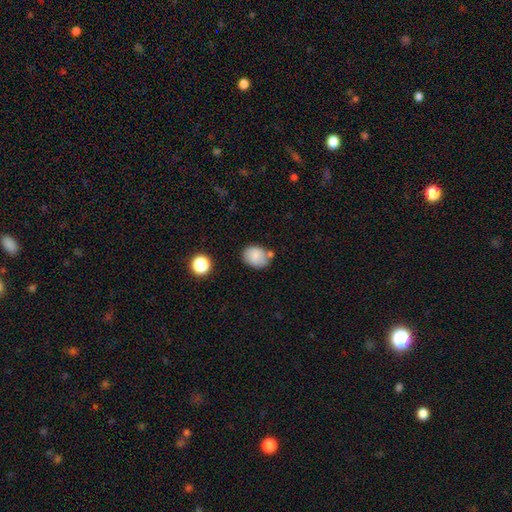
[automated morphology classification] Overall: smooth (84%). How rounded: in between (59%; round 40%). Merging: none (63%).